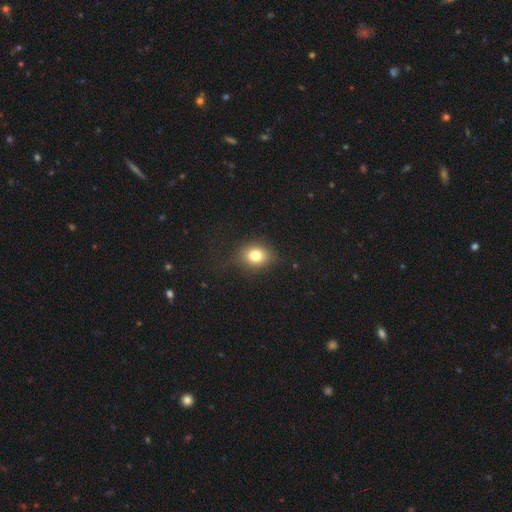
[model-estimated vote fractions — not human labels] Smooth or featured: smooth — 78% (star or artifact — 12%)
How rounded: round — 56% (in between — 43%)
Merging: none — 80% (minor disturbance — 14%)